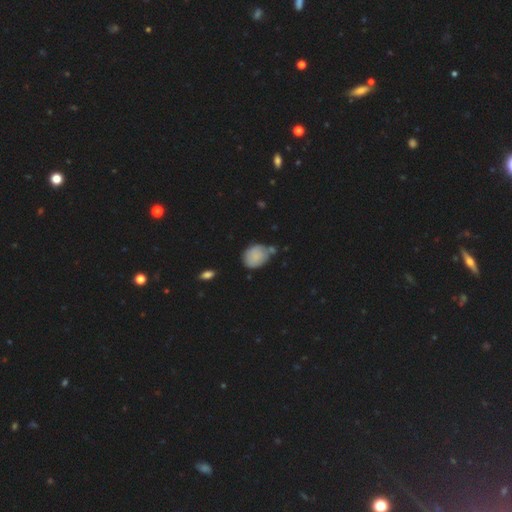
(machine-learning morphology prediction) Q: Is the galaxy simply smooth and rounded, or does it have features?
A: smooth — 82%.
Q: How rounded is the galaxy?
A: in between — 60%.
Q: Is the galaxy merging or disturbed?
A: none — 48%.